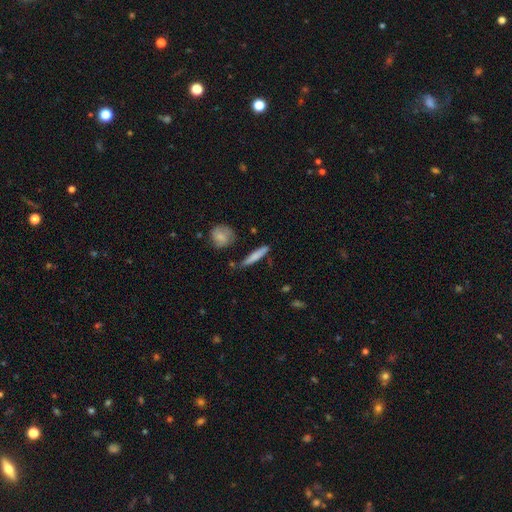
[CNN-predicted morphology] Smooth or featured? Predicted: smooth (p=0.72). How rounded? Predicted: cigar-shaped (p=0.90). Merging? Predicted: none (p=0.80).